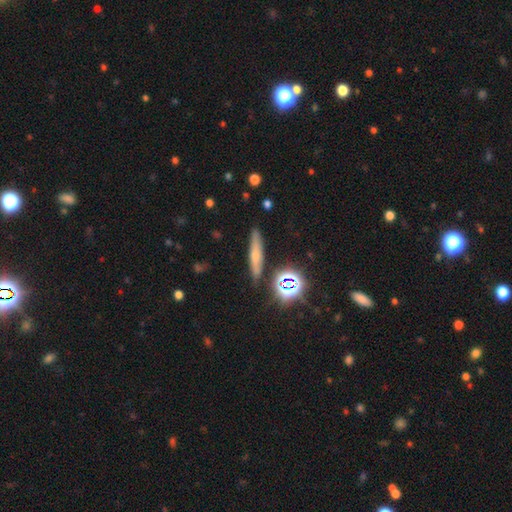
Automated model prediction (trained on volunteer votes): Smooth or featured?
  - smooth: 51% *
  - featured or disk: 31%
  - star or artifact: 18%
How rounded?
  - cigar-shaped: 81% *
  - in between: 12%
  - round: 7%
Merging?
  - none: 85% *
  - minor disturbance: 10%
  - merger: 3%
  - major disturbance: 3%